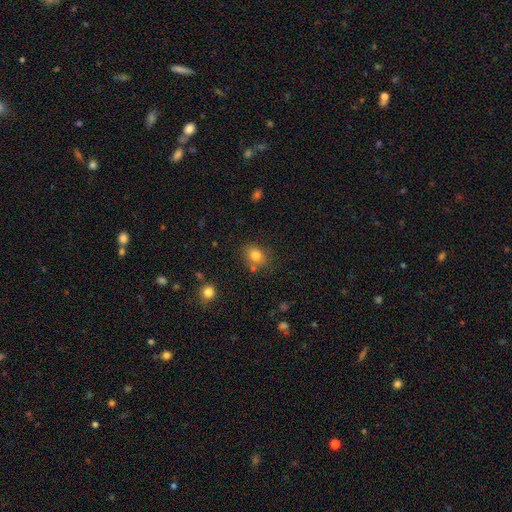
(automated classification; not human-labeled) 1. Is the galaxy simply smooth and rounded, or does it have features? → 80% smooth, 12% star or artifact, 9% featured or disk.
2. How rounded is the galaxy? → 58% round, 41% in between, 1% cigar-shaped.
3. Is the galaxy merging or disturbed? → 72% none, 15% minor disturbance, 9% merger, 4% major disturbance.